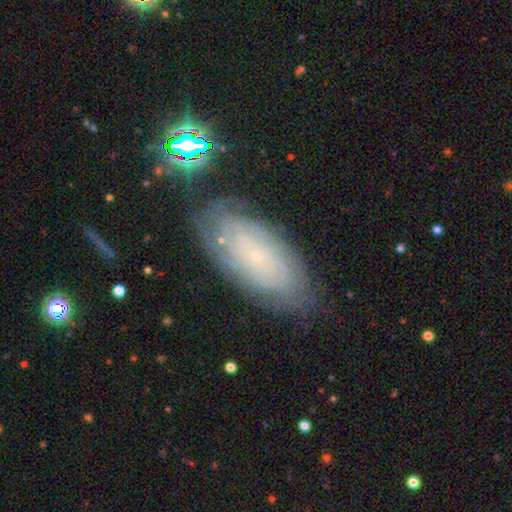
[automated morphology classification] type=featured or disk (70%); edge-on=no (93%); bar=no (83%); spiral arms=yes (89%); winding=tight (81%); arm count=can't tell (56%); bulge=small (89%); merging=none (77%).